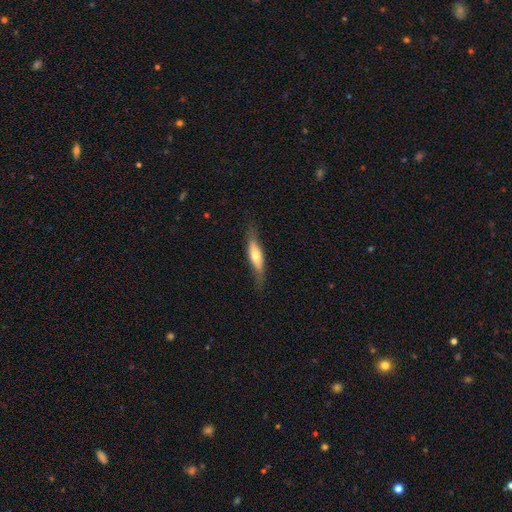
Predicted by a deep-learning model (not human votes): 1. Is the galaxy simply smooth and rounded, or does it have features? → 51% smooth, 43% featured or disk, 6% star or artifact.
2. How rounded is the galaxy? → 66% cigar-shaped, 32% in between, 2% round.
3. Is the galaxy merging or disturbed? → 76% none, 18% minor disturbance, 5% major disturbance, 1% merger.